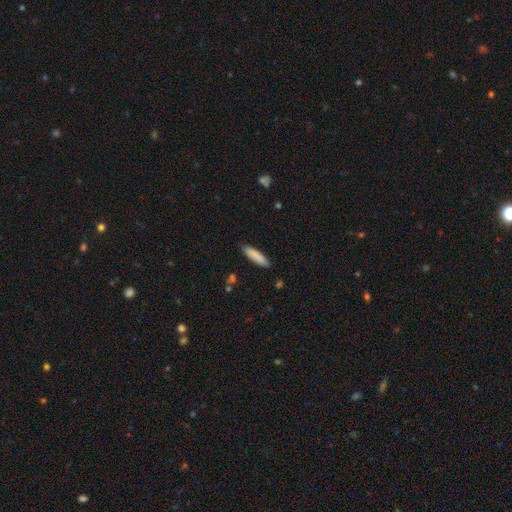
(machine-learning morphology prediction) Smooth or featured?
  - smooth: 86% *
  - featured or disk: 8%
  - star or artifact: 6%
How rounded?
  - cigar-shaped: 74% *
  - in between: 25%
  - round: 1%
Merging?
  - none: 87% *
  - minor disturbance: 10%
  - major disturbance: 2%
  - merger: 1%